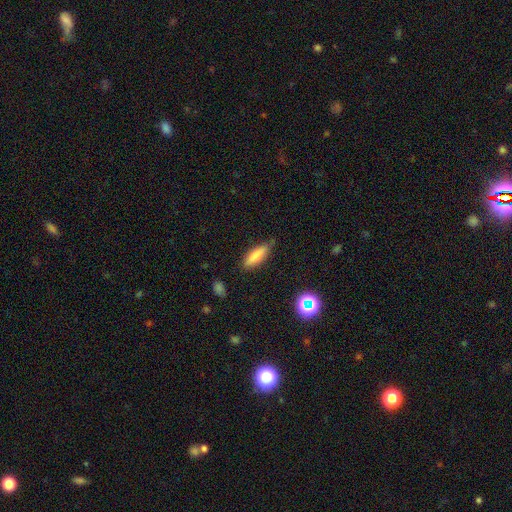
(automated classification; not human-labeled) Smooth or featured? smooth (79%)
How rounded? in between (49%)
Merging? none (74%)